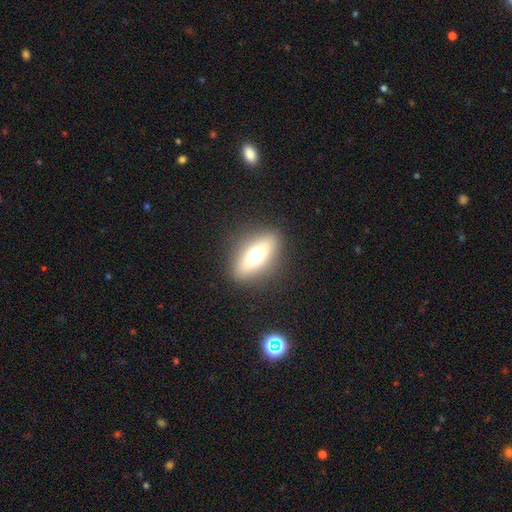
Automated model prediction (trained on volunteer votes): Smooth or featured?
  - smooth: 55% *
  - featured or disk: 34%
  - star or artifact: 11%
How rounded?
  - in between: 67% *
  - cigar-shaped: 20%
  - round: 14%
Merging?
  - none: 88% *
  - minor disturbance: 8%
  - major disturbance: 3%
  - merger: 1%